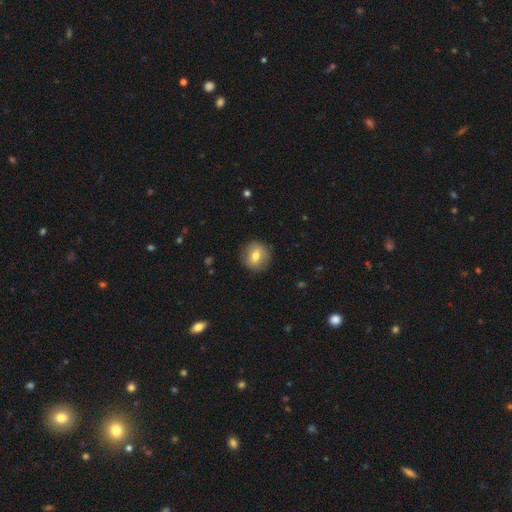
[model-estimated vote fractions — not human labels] Smooth or featured? smooth (71%)
How rounded? round (86%)
Merging? none (88%)